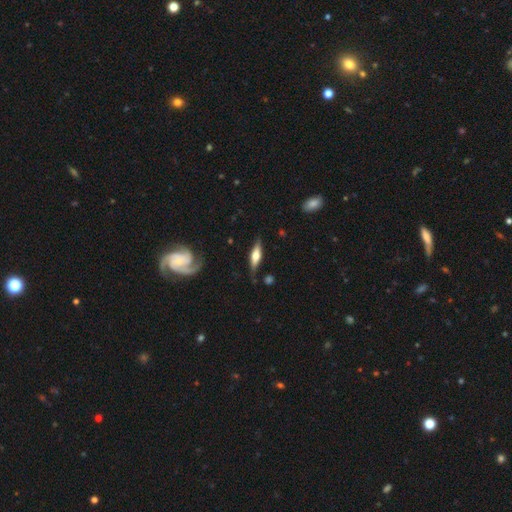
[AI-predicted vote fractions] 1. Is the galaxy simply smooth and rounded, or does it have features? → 56% featured or disk, 38% smooth, 6% star or artifact.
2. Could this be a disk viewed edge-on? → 88% yes, 12% no.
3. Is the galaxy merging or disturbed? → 78% none, 16% minor disturbance, 4% major disturbance, 2% merger.